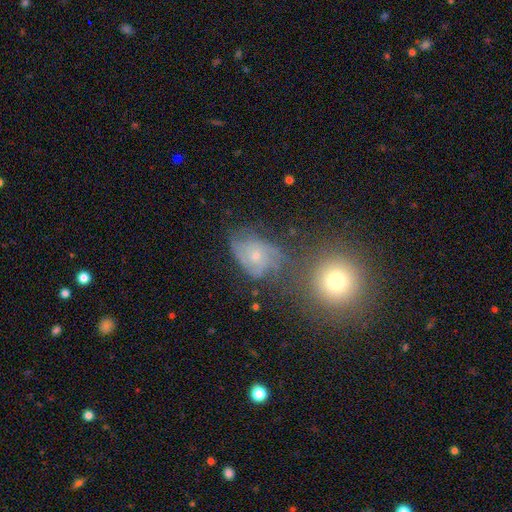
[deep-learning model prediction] Smooth or featured: featured or disk — 72% (smooth — 17%)
Edge-on disk: no — 97% (yes — 3%)
Bar: no — 74% (weak — 22%)
Spiral arms: yes — 91% (no — 9%)
Spiral winding: tight — 44% (medium — 43%)
Spiral arm count: 3 — 35% (can't tell — 26%)
Bulge size: small — 64% (moderate — 32%)
Merging: none — 51% (minor disturbance — 24%)